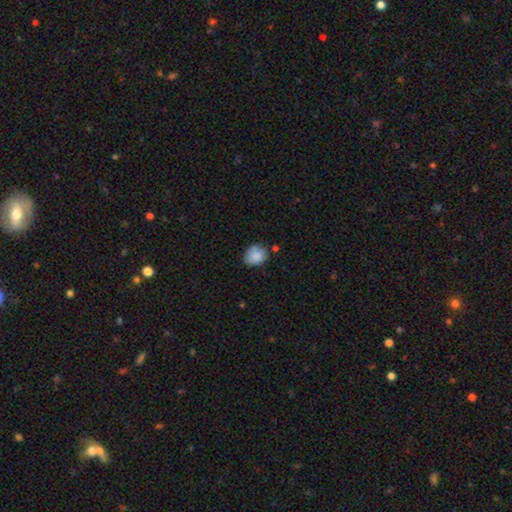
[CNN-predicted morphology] smooth_or_featured: smooth (p=0.83) [alt: featured or disk p=0.09]
how_rounded: in between (p=0.51) [alt: round p=0.48]
merging: none (p=0.63) [alt: minor disturbance p=0.25]